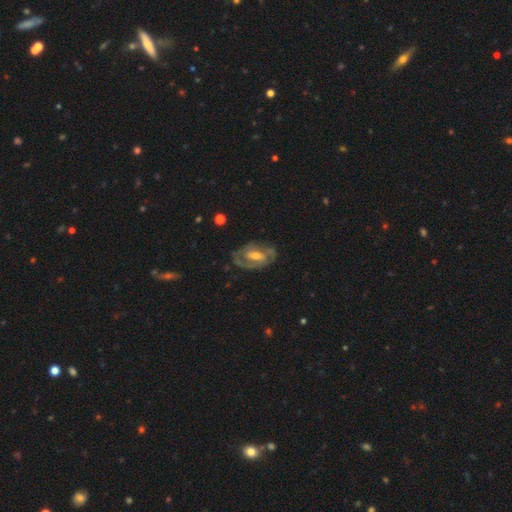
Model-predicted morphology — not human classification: This is clearly a featured or disk galaxy (82%). It is clearly not viewed edge-on (96%). Bar: possibly weak (47%). Spiral arm pattern: clearly yes (89%). Spiral arm count: likely 2 (65%). Spiral winding: possibly tight (48%). Central bulge: possibly moderate (56%). Merging: likely none (71%).